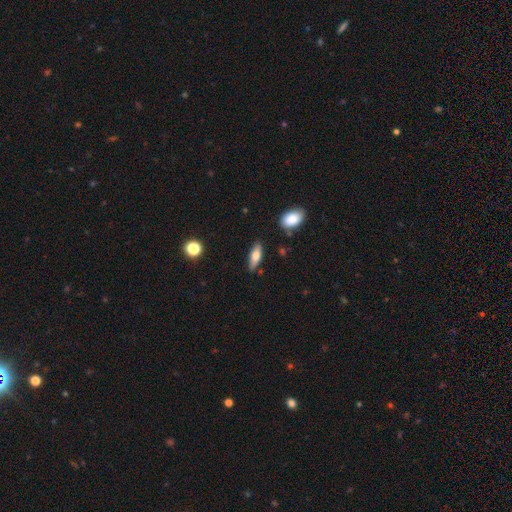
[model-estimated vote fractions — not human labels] smooth_or_featured: smooth (p=0.65) [alt: featured or disk p=0.29]
how_rounded: in between (p=0.58) [alt: cigar-shaped p=0.39]
merging: none (p=0.81) [alt: minor disturbance p=0.13]